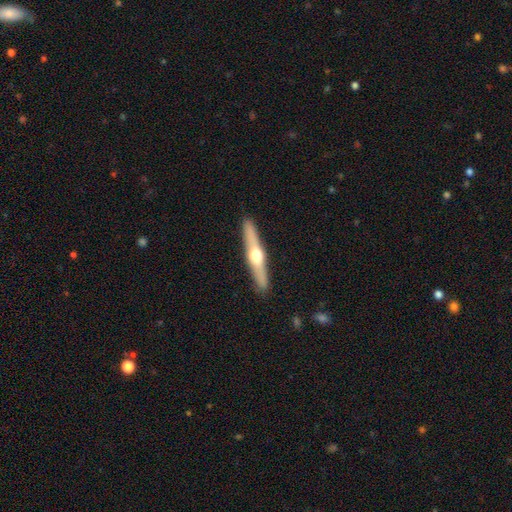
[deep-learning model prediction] Smooth or featured: featured or disk — 65% (smooth — 30%)
Edge-on disk: yes — 96% (no — 4%)
Edge-on bulge: rounded — 94% (none — 3%)
Merging: none — 91% (minor disturbance — 7%)